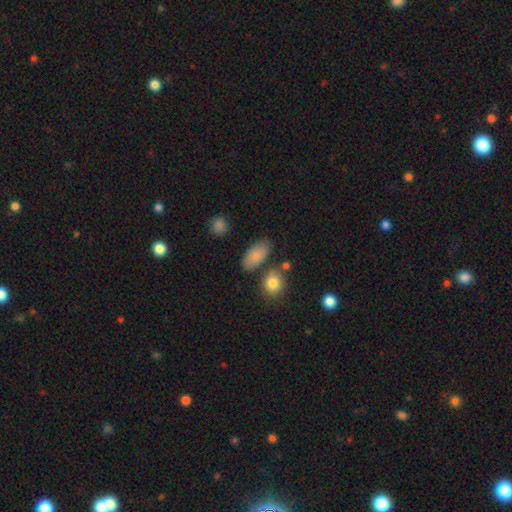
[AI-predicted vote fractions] This is clearly a smooth galaxy (85%). How rounded: clearly in between (91%). Merging: likely none (75%).